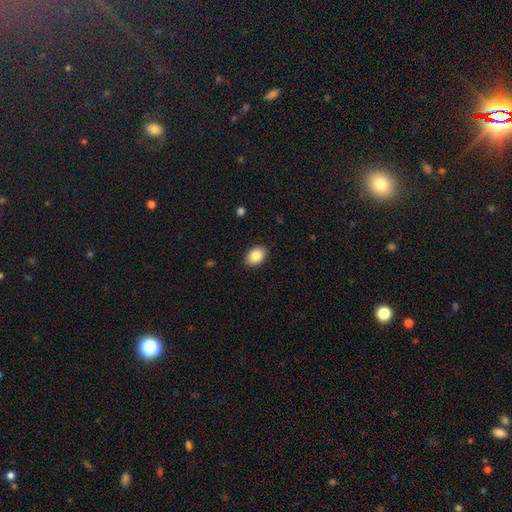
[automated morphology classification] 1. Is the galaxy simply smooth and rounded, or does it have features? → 87% smooth, 7% star or artifact, 6% featured or disk.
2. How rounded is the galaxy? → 83% in between, 16% round, 1% cigar-shaped.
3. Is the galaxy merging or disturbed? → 89% none, 8% minor disturbance, 2% major disturbance, 1% merger.